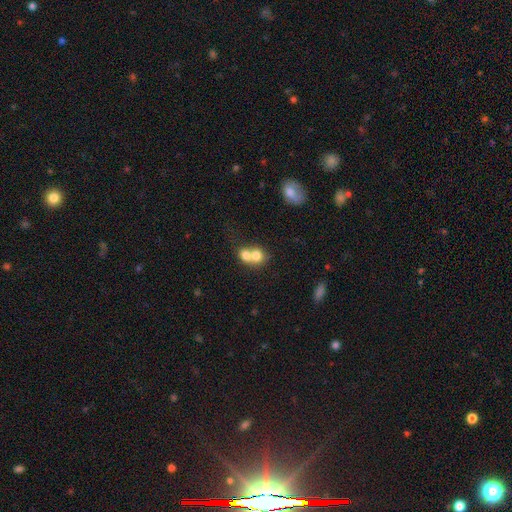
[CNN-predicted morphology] A smooth galaxy with no disk features (73%) that is round (67%).

Vote fractions:
- Smooth or featured? smooth: 73% / featured or disk: 18% / star or artifact: 9%
- How rounded? round: 67% / in between: 32% / cigar-shaped: 1%
- Merging? merger: 71% / none: 21% / minor disturbance: 5% / major disturbance: 3%